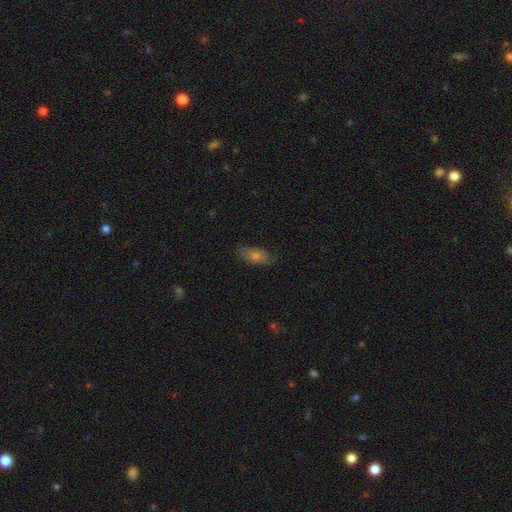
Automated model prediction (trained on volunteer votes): Smooth or featured: smooth — 69% (featured or disk — 21%)
How rounded: in between — 78% (cigar-shaped — 18%)
Merging: none — 79% (minor disturbance — 17%)